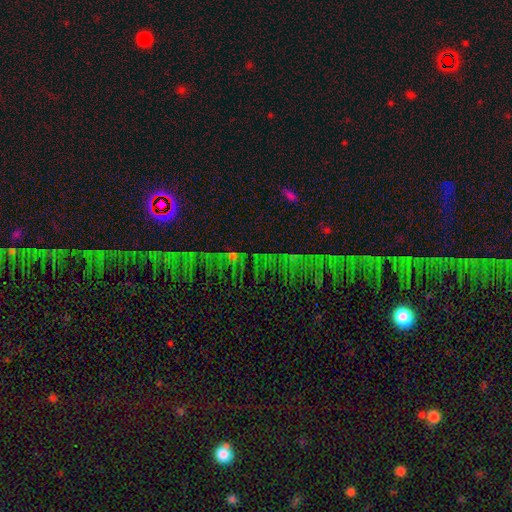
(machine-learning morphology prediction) This appears to be a star or artifact, not a galaxy (71%).